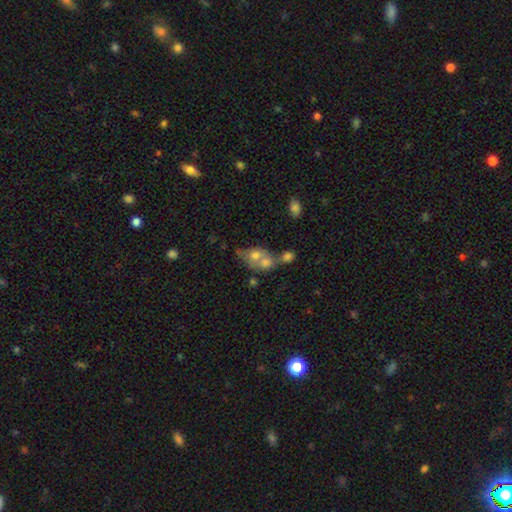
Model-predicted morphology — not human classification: Smooth or featured?
  - smooth: 63% *
  - featured or disk: 27%
  - star or artifact: 11%
How rounded?
  - in between: 59% *
  - round: 39%
  - cigar-shaped: 2%
Merging?
  - merger: 62% *
  - none: 21%
  - minor disturbance: 10%
  - major disturbance: 7%